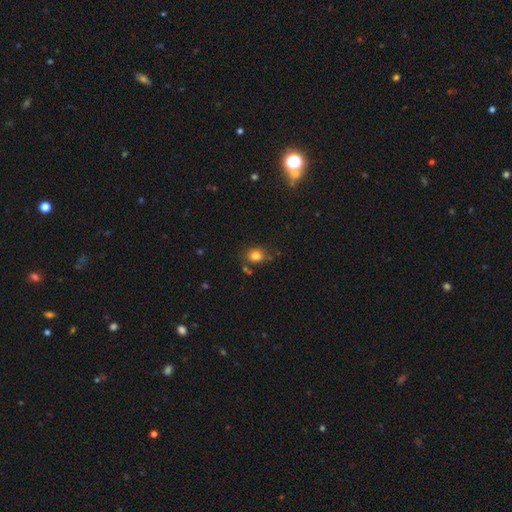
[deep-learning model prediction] smooth-or-featured: smooth: 81% | star or artifact: 12% | featured or disk: 7%
  how-rounded: round: 65% | in between: 34% | cigar-shaped: 1%
  merging: none: 74% | minor disturbance: 14% | merger: 8% | major disturbance: 4%